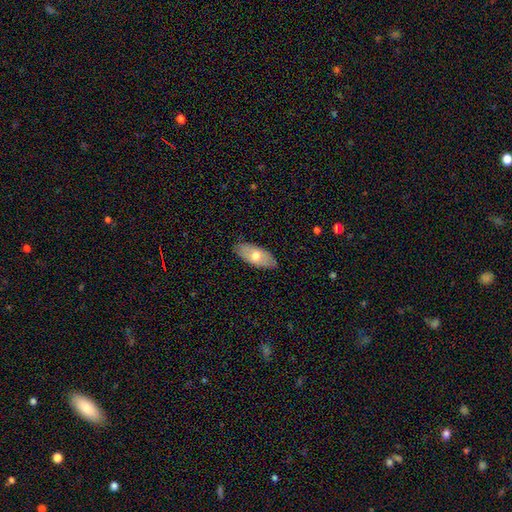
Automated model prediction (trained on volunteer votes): Smooth or featured? smooth (65%)
How rounded? in between (88%)
Merging? none (85%)